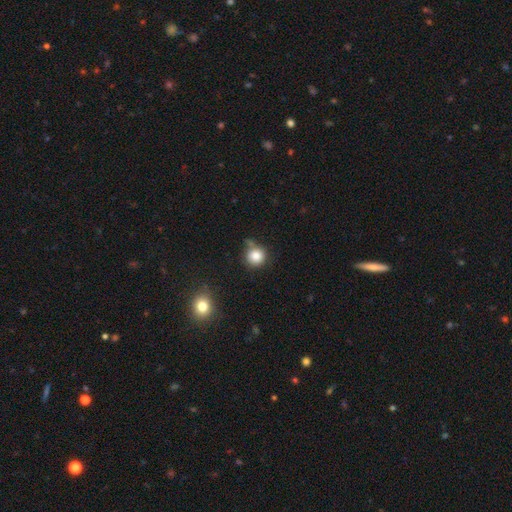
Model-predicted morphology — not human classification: Q: Smooth or featured?
A: smooth (83%); runner-up: star or artifact (11%)
Q: How rounded?
A: round (92%); runner-up: in between (7%)
Q: Merging?
A: none (67%); runner-up: minor disturbance (17%)